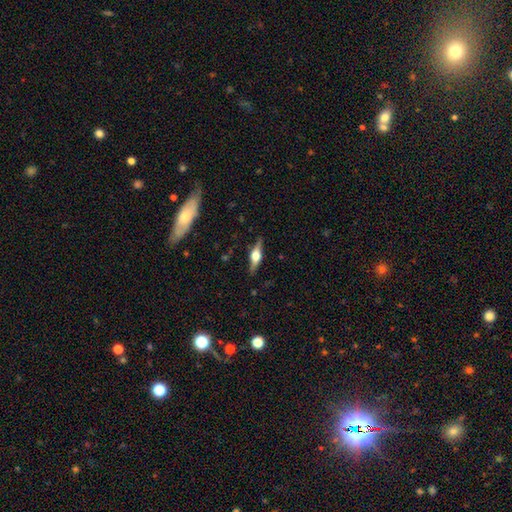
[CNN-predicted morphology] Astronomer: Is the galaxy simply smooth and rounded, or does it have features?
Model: featured or disk — 68%.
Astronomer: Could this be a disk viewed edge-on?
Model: yes — 96%.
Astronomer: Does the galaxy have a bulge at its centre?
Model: rounded — 93%.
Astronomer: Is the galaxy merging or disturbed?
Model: none — 86%.